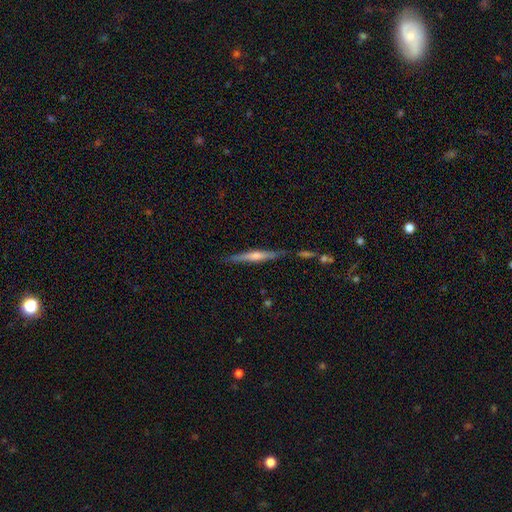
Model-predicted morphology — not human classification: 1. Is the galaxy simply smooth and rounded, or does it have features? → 64% featured or disk, 29% smooth, 6% star or artifact.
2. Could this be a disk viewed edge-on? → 97% yes, 3% no.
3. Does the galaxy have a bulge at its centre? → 74% rounded, 17% none, 9% boxy.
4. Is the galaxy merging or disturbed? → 81% none, 12% minor disturbance, 5% merger, 2% major disturbance.